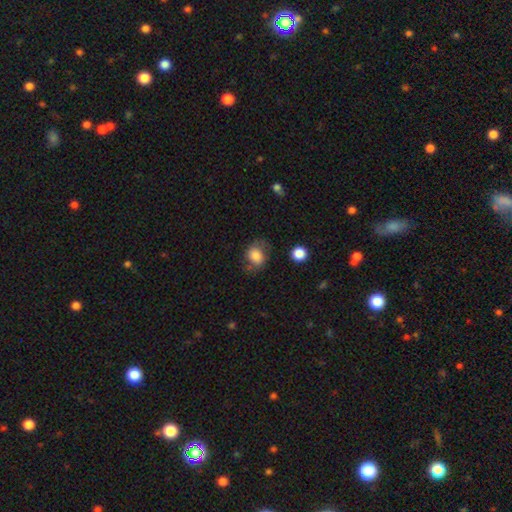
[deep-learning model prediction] Smooth or featured? Predicted: smooth (p=0.69). How rounded? Predicted: round (p=0.55). Merging? Predicted: none (p=0.61).